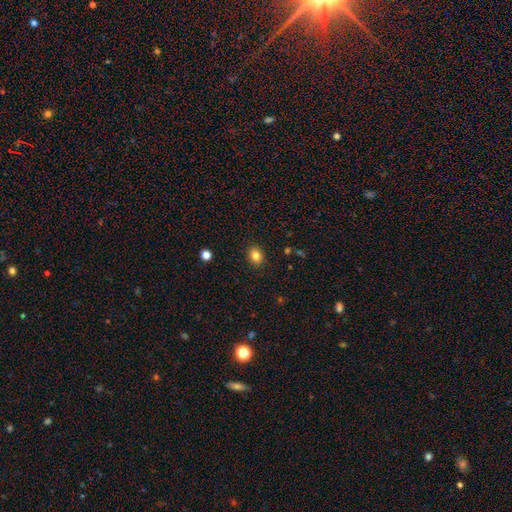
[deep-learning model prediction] Smooth or featured: smooth — 83% (star or artifact — 11%)
How rounded: round — 51% (in between — 48%)
Merging: none — 90% (minor disturbance — 7%)